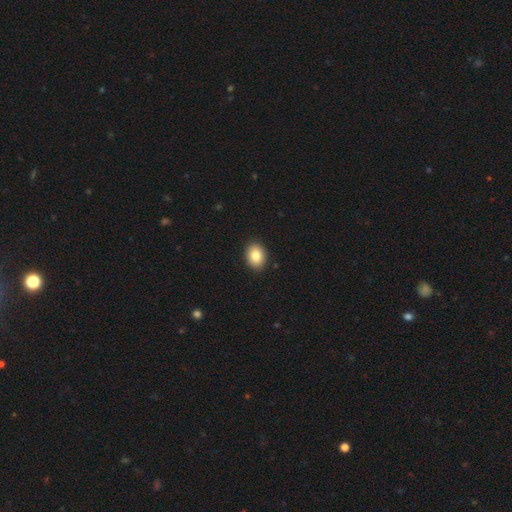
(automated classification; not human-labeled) Smooth or featured? Predicted: smooth (p=0.84). How rounded? Predicted: in between (p=0.66). Merging? Predicted: none (p=0.91).